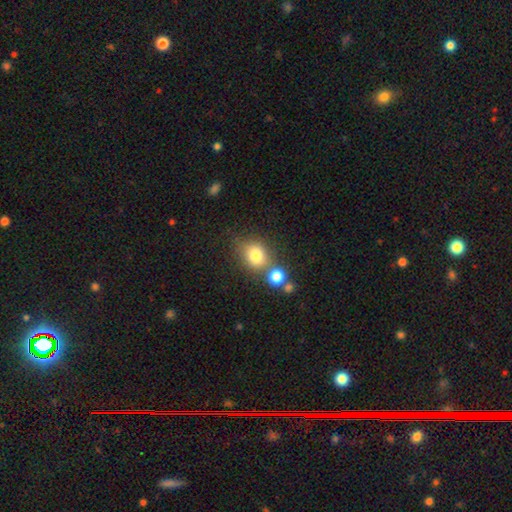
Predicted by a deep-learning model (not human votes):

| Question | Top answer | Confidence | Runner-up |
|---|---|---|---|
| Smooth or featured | smooth | 78% | star or artifact (12%) |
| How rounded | round | 64% | in between (35%) |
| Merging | none | 56% | merger (27%) |